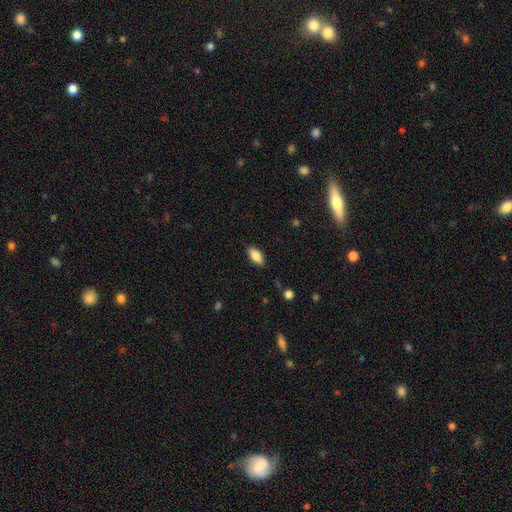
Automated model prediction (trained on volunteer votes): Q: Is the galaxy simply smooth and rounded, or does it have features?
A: smooth — 86%.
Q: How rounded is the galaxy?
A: in between — 89%.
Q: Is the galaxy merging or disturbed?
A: none — 87%.